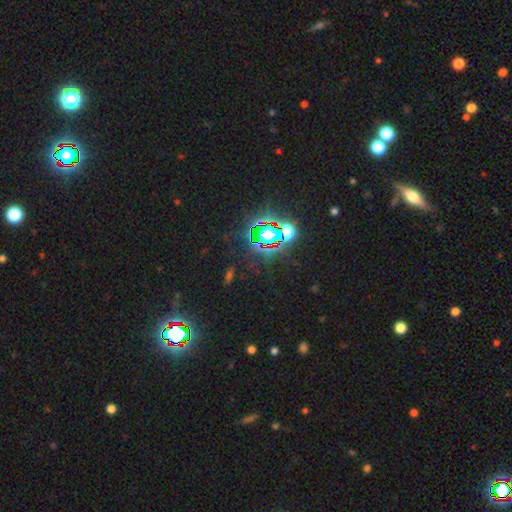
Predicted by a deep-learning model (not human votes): A star or artifact, not a galaxy (82%).